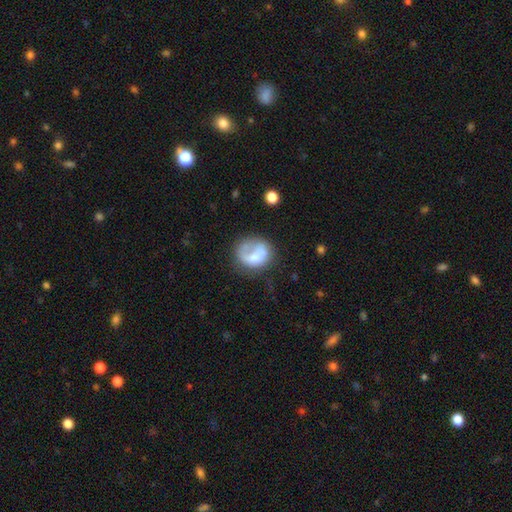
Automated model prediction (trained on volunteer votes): Q: Smooth or featured?
A: smooth (53%); runner-up: featured or disk (40%)
Q: How rounded?
A: round (65%); runner-up: in between (34%)
Q: Merging?
A: none (37%); runner-up: major disturbance (30%)